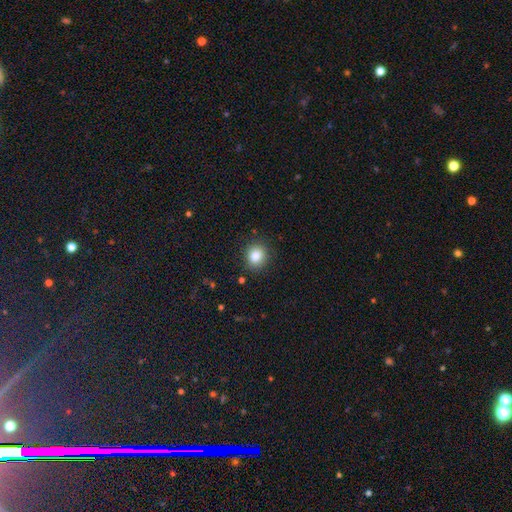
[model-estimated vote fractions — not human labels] Q: Smooth or featured?
A: smooth (82%); runner-up: star or artifact (11%)
Q: How rounded?
A: round (79%); runner-up: in between (21%)
Q: Merging?
A: none (89%); runner-up: minor disturbance (8%)